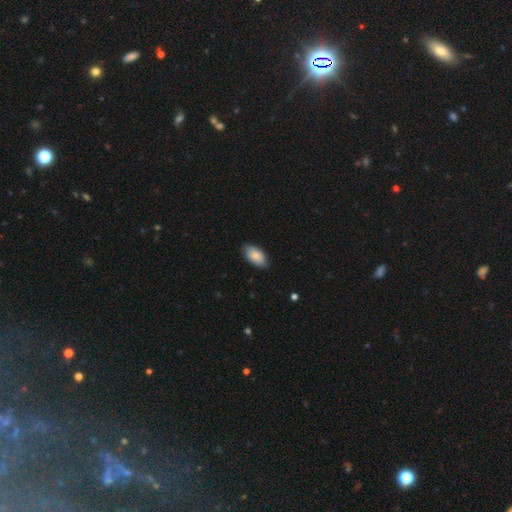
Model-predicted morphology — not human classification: Smooth or featured?
  - smooth: 85% *
  - featured or disk: 9%
  - star or artifact: 6%
How rounded?
  - in between: 95% *
  - round: 3%
  - cigar-shaped: 2%
Merging?
  - none: 84% *
  - minor disturbance: 13%
  - major disturbance: 2%
  - merger: 1%